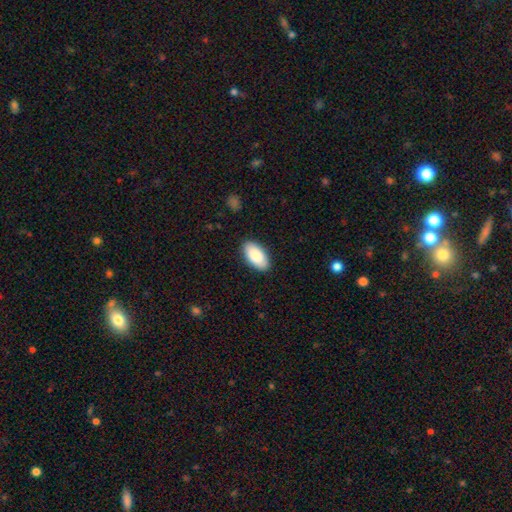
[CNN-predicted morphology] Q: Smooth or featured?
A: smooth (88%); runner-up: featured or disk (6%)
Q: How rounded?
A: in between (96%); runner-up: round (2%)
Q: Merging?
A: none (88%); runner-up: minor disturbance (9%)